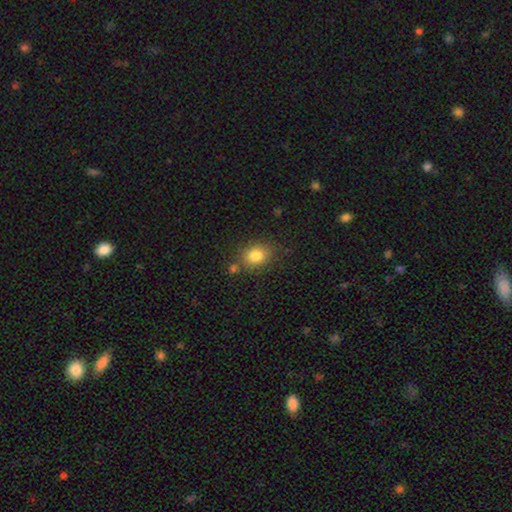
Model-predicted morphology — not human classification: smooth-or-featured: smooth: 82% | star or artifact: 10% | featured or disk: 8%
  how-rounded: in between: 54% | round: 45% | cigar-shaped: 1%
  merging: none: 74% | minor disturbance: 14% | merger: 8% | major disturbance: 4%